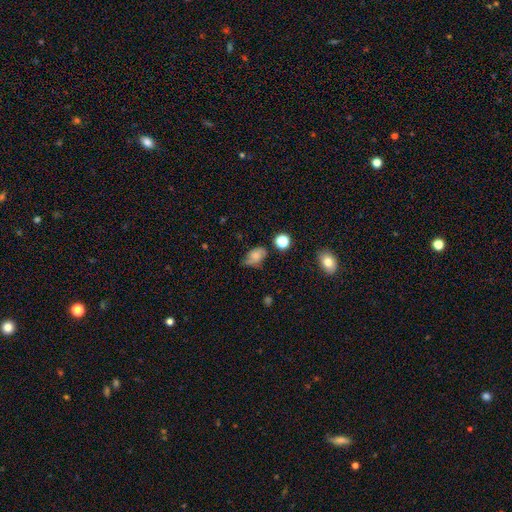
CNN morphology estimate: Smooth or featured? Predicted: smooth (p=0.68). How rounded? Predicted: in between (p=0.80). Merging? Predicted: none (p=0.50).